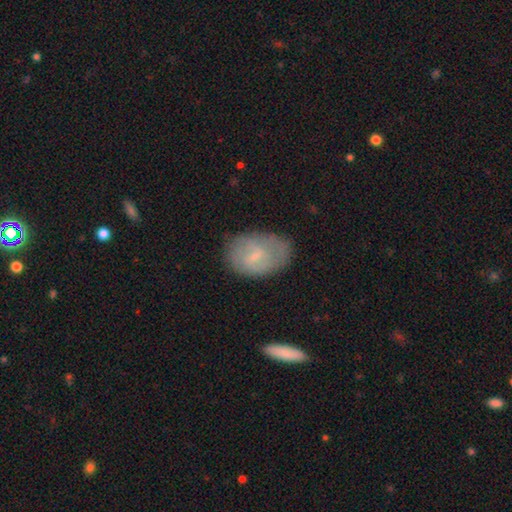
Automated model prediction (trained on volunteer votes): The model was most divided on "smooth or featured" (2-way tie): smooth: 46%, featured or disk: 46%, star or artifact: 8%. More confident: merging — none (63%).